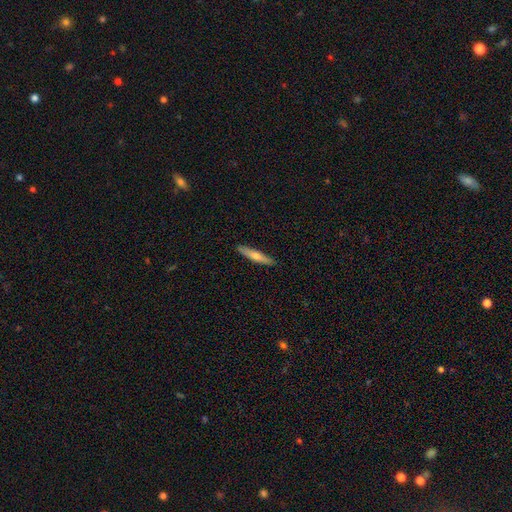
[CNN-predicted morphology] smooth 55%, featured or disk 39%, star or artifact 6%. Down the decision tree: how rounded — cigar-shaped (90%); merging — none (90%).